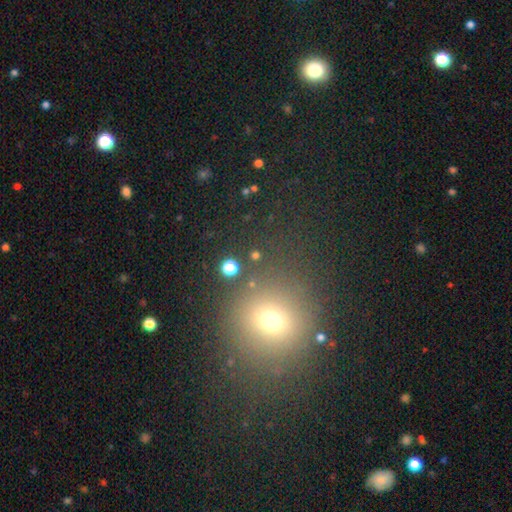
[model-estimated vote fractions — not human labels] This is likely a smooth galaxy (64%). How rounded: clearly round (85%). Merging: clearly none (84%).